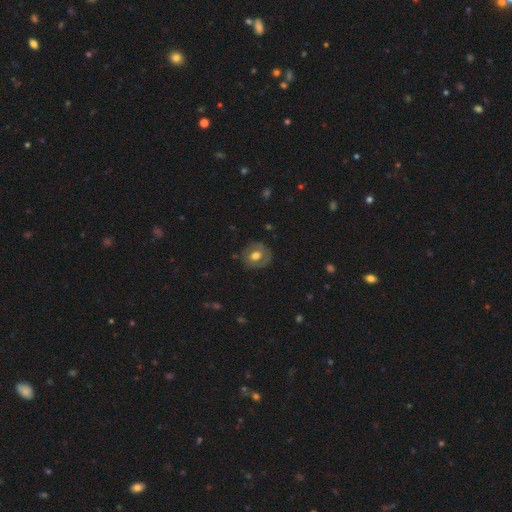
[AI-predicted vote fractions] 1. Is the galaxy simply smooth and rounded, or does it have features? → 57% smooth, 35% featured or disk, 8% star or artifact.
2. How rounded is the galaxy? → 78% round, 21% in between, 1% cigar-shaped.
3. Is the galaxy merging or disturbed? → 81% none, 14% minor disturbance, 4% major disturbance, 1% merger.